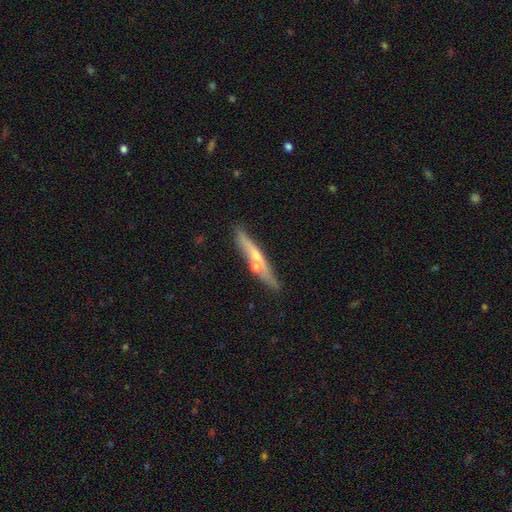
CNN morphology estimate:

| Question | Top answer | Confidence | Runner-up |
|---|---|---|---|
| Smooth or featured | featured or disk | 52% | smooth (41%) |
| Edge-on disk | yes | 88% | no (12%) |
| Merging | none | 76% | minor disturbance (12%) |